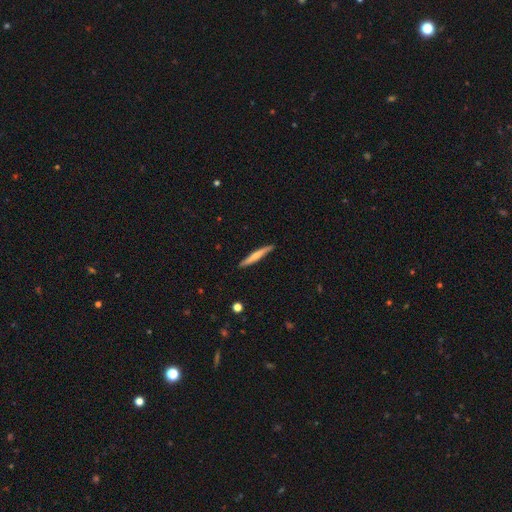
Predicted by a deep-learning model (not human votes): A smooth galaxy with no disk features (50%) that is cigar-shaped (95%). Merging: none (89%).